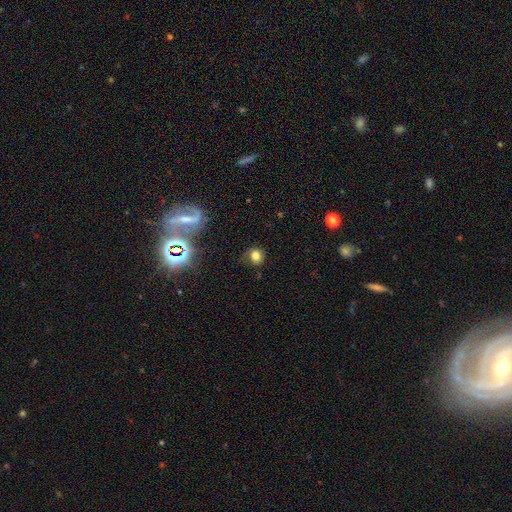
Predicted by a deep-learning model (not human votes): Smooth or featured?
  - smooth: 75% *
  - star or artifact: 16%
  - featured or disk: 9%
How rounded?
  - round: 79% *
  - in between: 20%
  - cigar-shaped: 1%
Merging?
  - none: 77% *
  - minor disturbance: 16%
  - major disturbance: 5%
  - merger: 2%